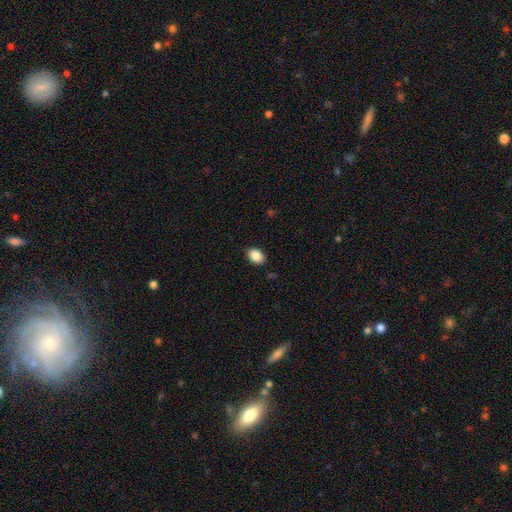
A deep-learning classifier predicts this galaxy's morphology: Smooth or featured? smooth (88%)
How rounded? in between (82%)
Merging? none (88%)